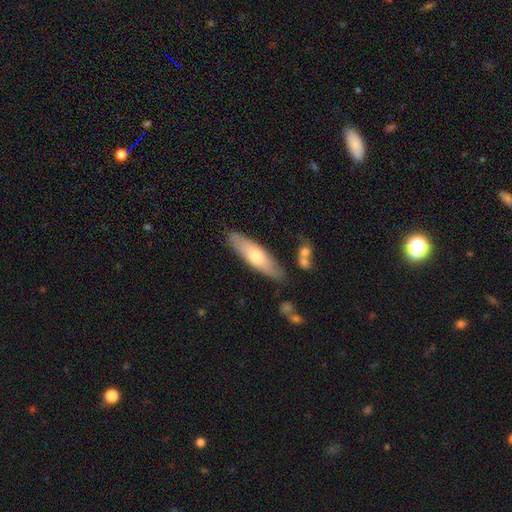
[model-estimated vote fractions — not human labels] This appears to be a smooth galaxy with no disk features (58%) that is cigar-shaped (64%). Merging: none (83%).